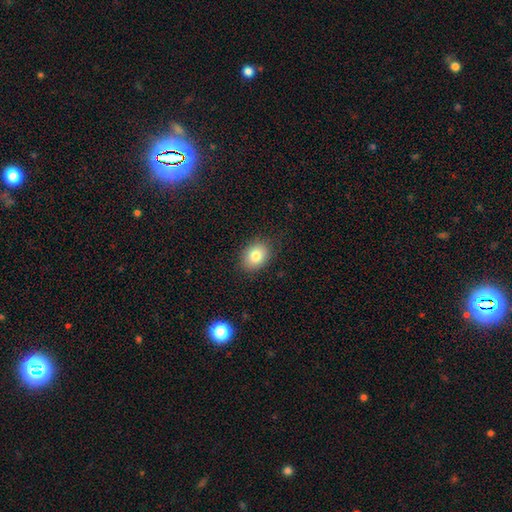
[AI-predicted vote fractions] Smooth or featured: smooth — 82% (star or artifact — 9%)
How rounded: in between — 64% (round — 35%)
Merging: none — 86% (minor disturbance — 10%)